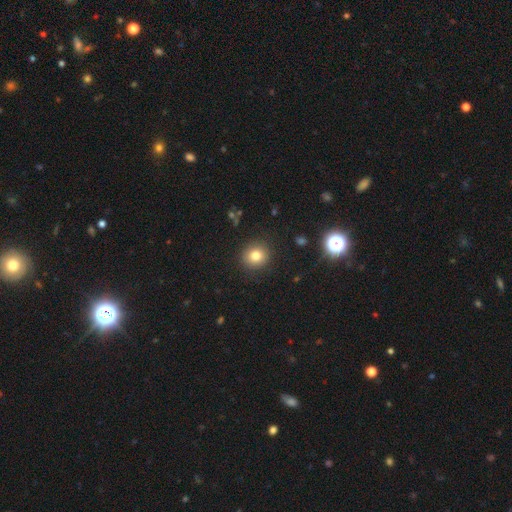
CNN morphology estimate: Smooth or featured: smooth — 79% (star or artifact — 13%)
How rounded: round — 85% (in between — 14%)
Merging: none — 90% (minor disturbance — 7%)